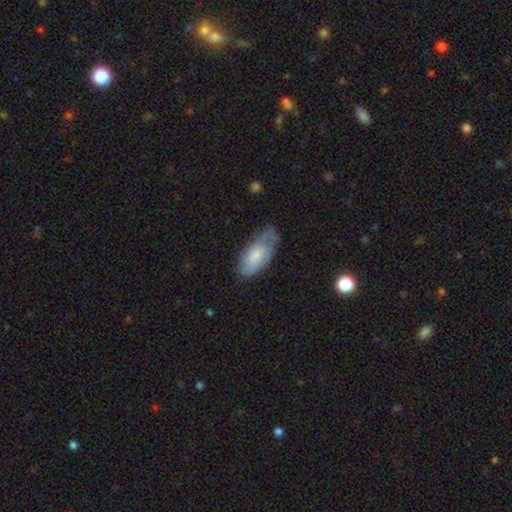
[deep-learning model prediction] This is likely a smooth galaxy (67%). How rounded: clearly in between (90%). Merging: possibly none (53%).